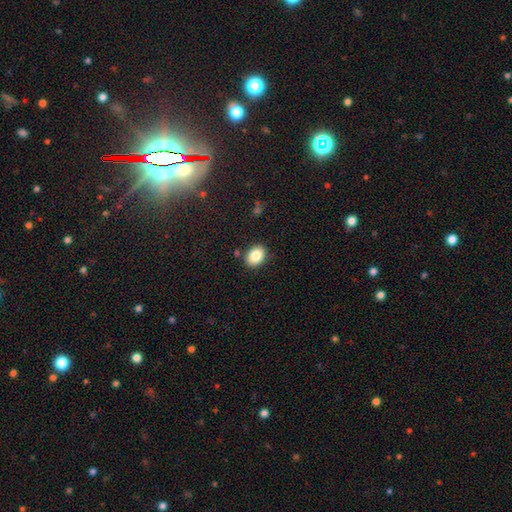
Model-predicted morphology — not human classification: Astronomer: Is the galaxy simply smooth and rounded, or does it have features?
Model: smooth — 85%.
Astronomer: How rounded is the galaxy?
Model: in between — 72%.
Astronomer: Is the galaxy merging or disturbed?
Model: none — 86%.